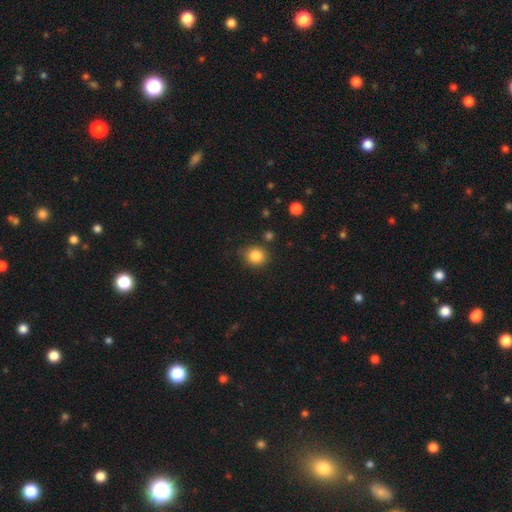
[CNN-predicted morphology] Smooth or featured: smooth — 85% (star or artifact — 10%)
How rounded: round — 84% (in between — 15%)
Merging: none — 83% (minor disturbance — 11%)